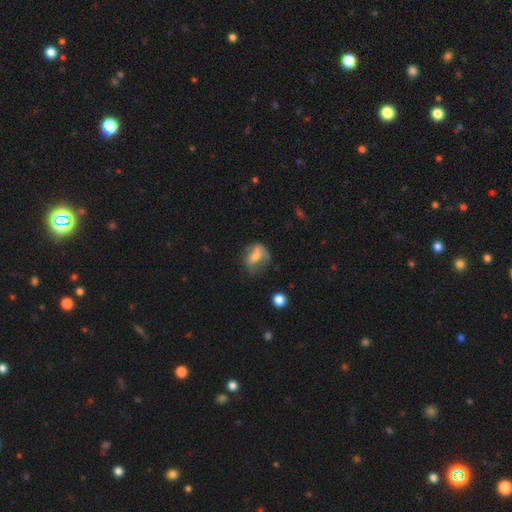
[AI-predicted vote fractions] Morphology: type=smooth (50%); merging=none (37%).